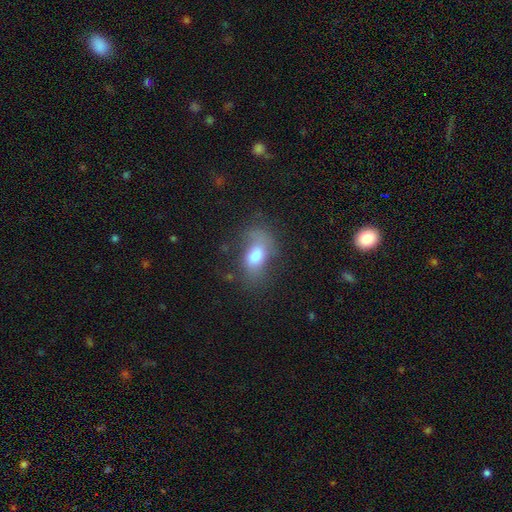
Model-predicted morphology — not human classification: Smooth or featured? Predicted: smooth (p=0.63). How rounded? Predicted: in between (p=0.85). Merging? Predicted: none (p=0.45).